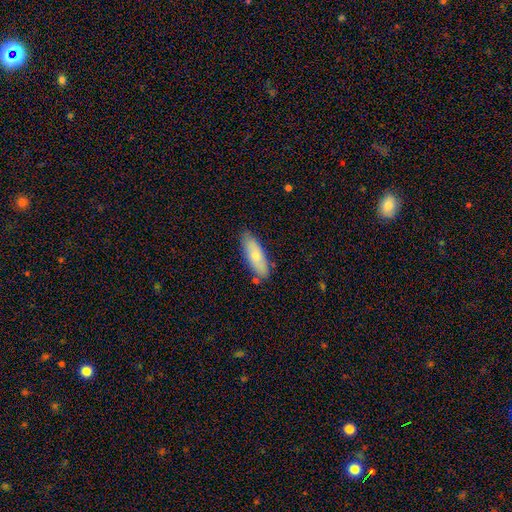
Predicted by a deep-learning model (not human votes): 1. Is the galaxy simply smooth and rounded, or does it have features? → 76% smooth, 19% featured or disk, 6% star or artifact.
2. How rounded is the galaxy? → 61% in between, 37% cigar-shaped, 2% round.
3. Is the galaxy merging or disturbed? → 80% none, 14% minor disturbance, 3% merger, 2% major disturbance.